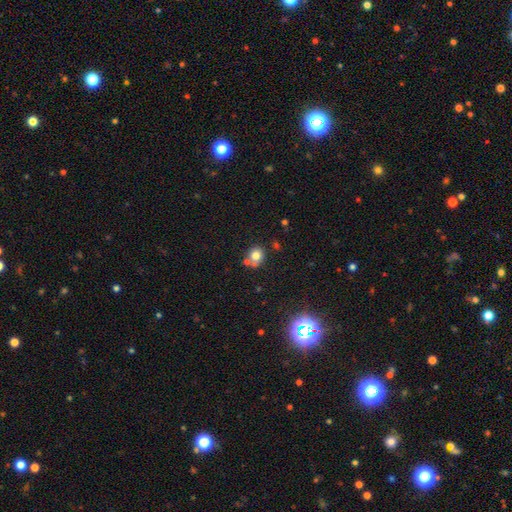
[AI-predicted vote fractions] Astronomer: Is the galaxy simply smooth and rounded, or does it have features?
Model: smooth — 76%.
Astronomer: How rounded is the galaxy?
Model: round — 72%.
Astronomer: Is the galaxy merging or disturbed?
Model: none — 58%.